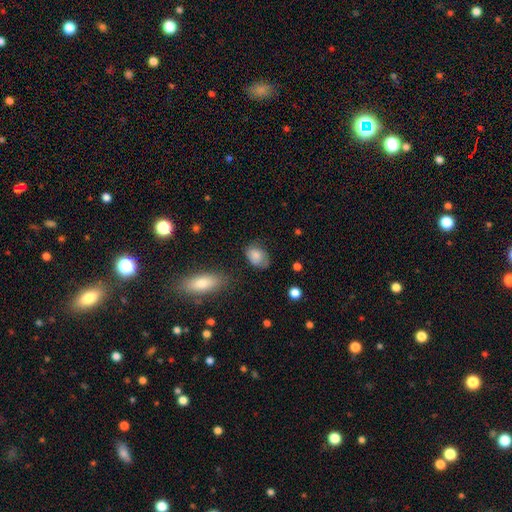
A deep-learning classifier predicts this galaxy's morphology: Smooth or featured? smooth (80%)
How rounded? in between (83%)
Merging? none (61%)